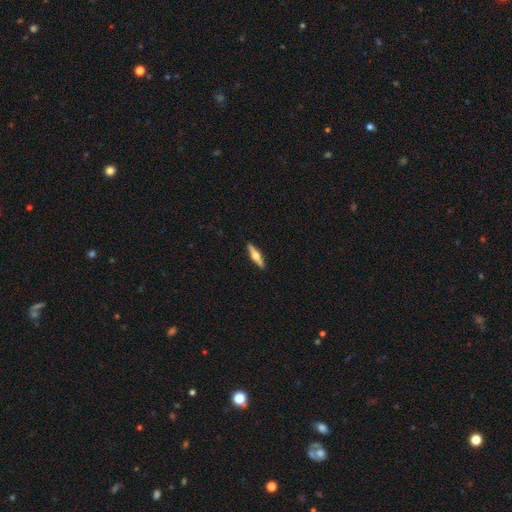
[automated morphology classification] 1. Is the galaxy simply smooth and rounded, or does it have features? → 63% featured or disk, 32% smooth, 5% star or artifact.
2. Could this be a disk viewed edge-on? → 97% yes, 3% no.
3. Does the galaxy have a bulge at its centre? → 94% rounded, 4% boxy, 2% none.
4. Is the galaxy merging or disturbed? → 91% none, 6% minor disturbance, 1% major disturbance, 1% merger.